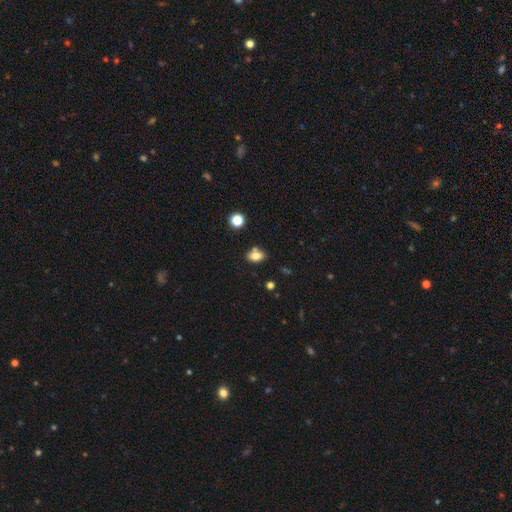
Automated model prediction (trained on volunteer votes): Smooth or featured? Predicted: smooth (p=0.79). How rounded? Predicted: in between (p=0.79). Merging? Predicted: none (p=0.66).